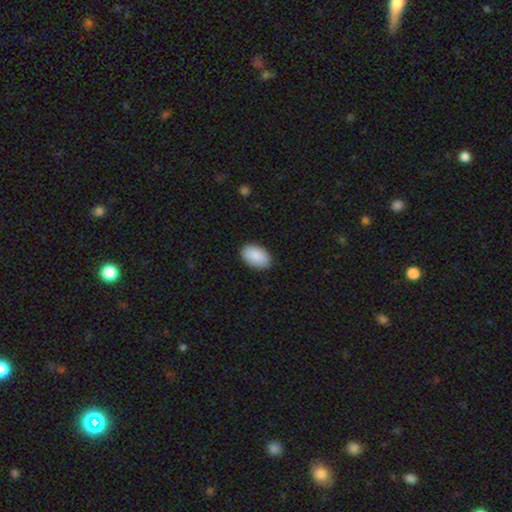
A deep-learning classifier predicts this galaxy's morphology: The model was most divided on "merging": none: 88%, minor disturbance: 9%, major disturbance: 2%, merger: 1%. More confident: how rounded — in between (92%); smooth or featured — smooth (88%).